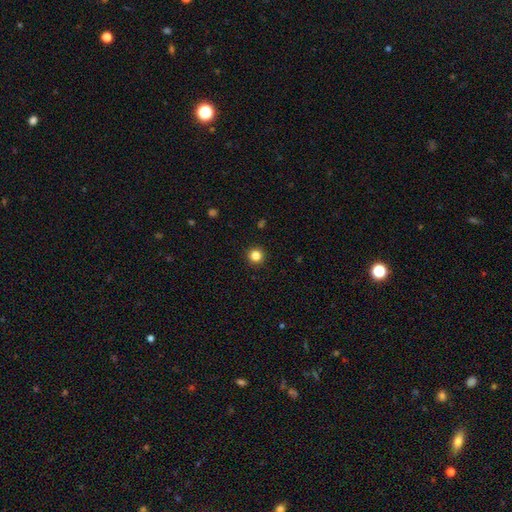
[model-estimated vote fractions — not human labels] smooth-or-featured: smooth: 84% | star or artifact: 12% | featured or disk: 4%
  how-rounded: round: 96% | in between: 3% | cigar-shaped: 1%
  merging: none: 93% | minor disturbance: 4% | major disturbance: 2% | merger: 1%